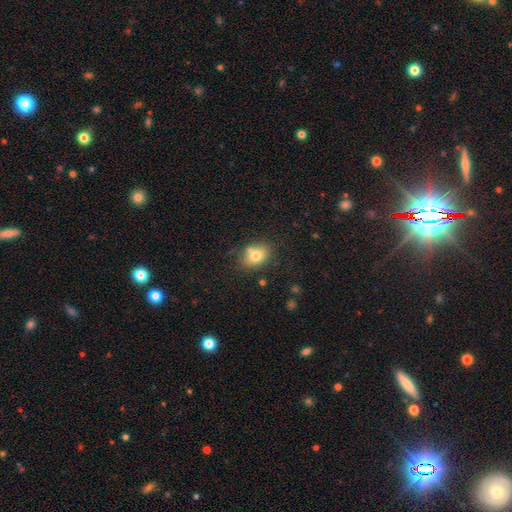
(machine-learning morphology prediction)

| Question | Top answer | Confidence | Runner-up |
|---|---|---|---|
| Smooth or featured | smooth | 75% | featured or disk (15%) |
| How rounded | in between | 74% | round (24%) |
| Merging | none | 66% | merger (16%) |